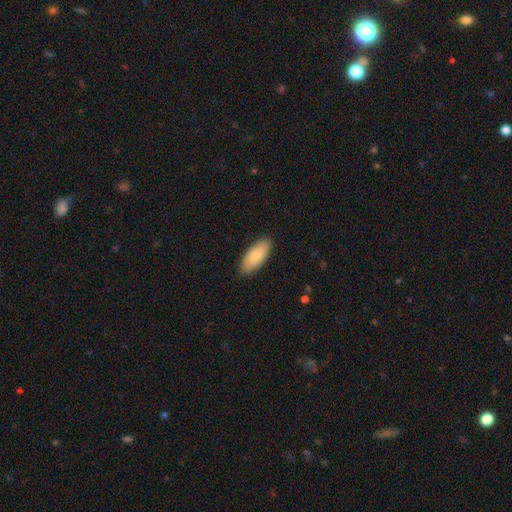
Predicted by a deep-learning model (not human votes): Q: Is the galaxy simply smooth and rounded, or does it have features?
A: smooth — 84%.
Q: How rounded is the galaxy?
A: in between — 86%.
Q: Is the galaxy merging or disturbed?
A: none — 88%.